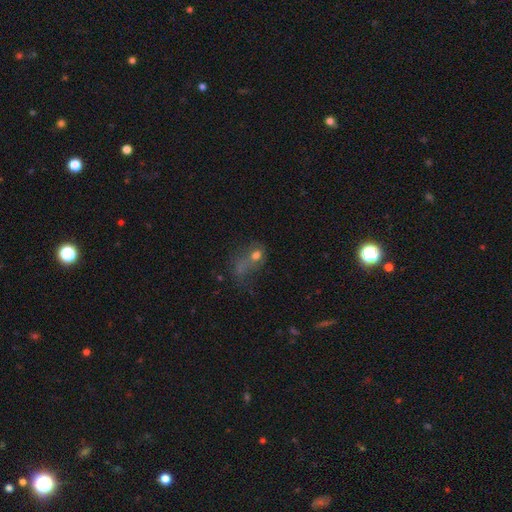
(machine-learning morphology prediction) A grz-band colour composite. It shows a smooth galaxy with no disk features (56%) that is in between round and cigar-shaped (60%). Merging: major disturbance (42%).